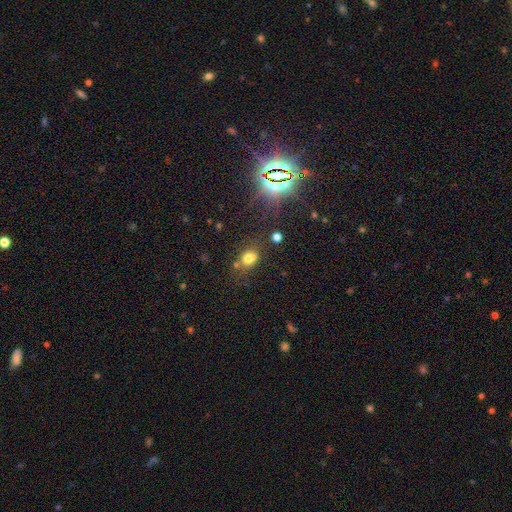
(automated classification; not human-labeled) Smooth or featured: smooth — 52% (star or artifact — 38%)
How rounded: in between — 55% (round — 42%)
Merging: none — 71% (minor disturbance — 15%)